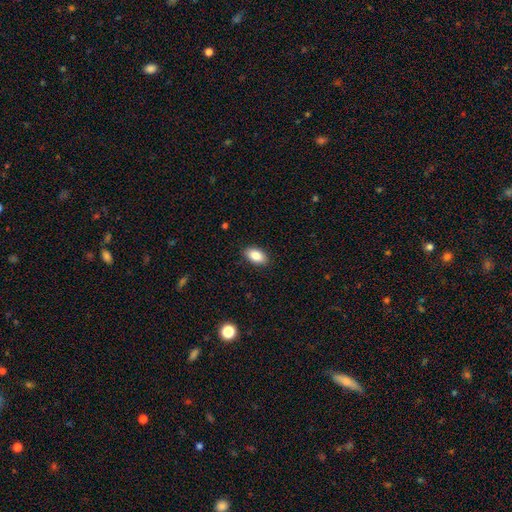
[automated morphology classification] A smooth galaxy with no disk features (86%) that is in between round and cigar-shaped (93%). Merging: none (89%).